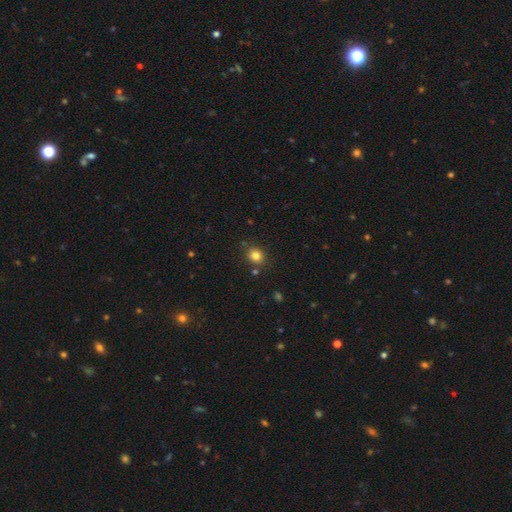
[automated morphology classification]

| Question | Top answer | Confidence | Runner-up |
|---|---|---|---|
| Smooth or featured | smooth | 82% | star or artifact (13%) |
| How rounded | round | 74% | in between (25%) |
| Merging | none | 83% | minor disturbance (9%) |